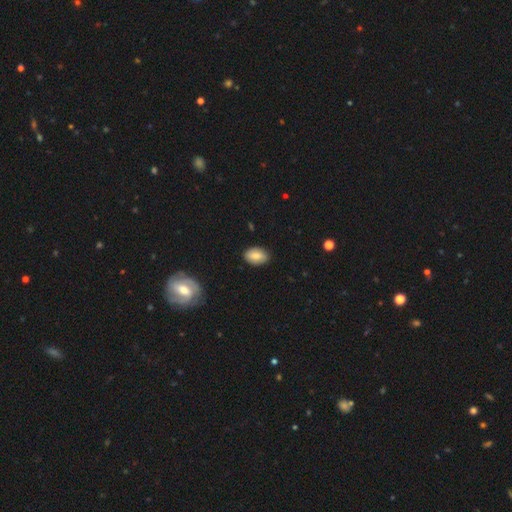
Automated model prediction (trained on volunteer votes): Overall: smooth (77%). How rounded: in between (89%). Merging: none (86%).